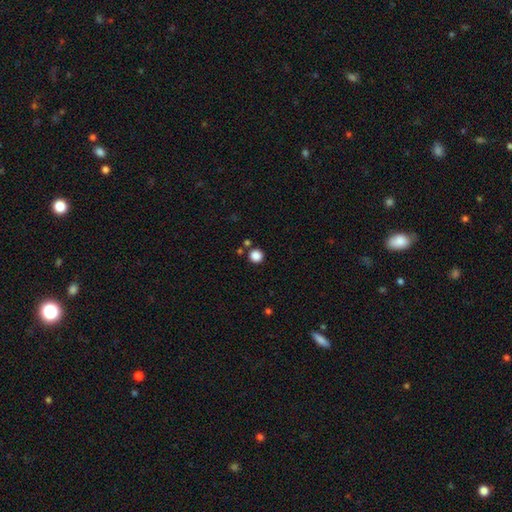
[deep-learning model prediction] This appears to be a smooth galaxy with no disk features (86%) that is round (94%). Merging: none (86%).